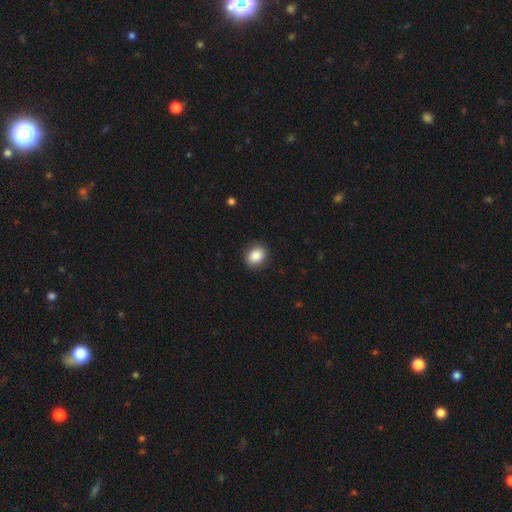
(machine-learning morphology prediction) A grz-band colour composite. It shows a smooth galaxy with no disk features (86%) that is round (56%). Merging: none (89%).